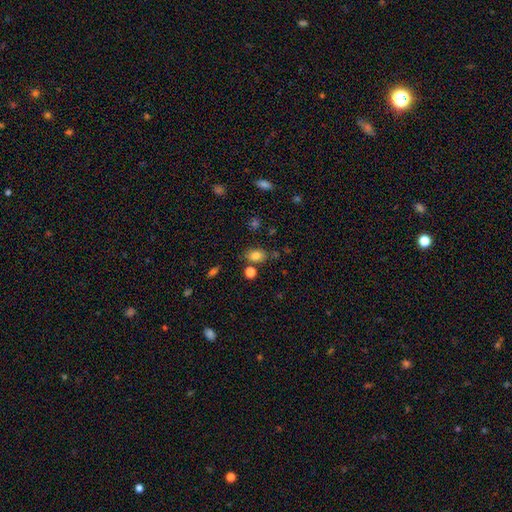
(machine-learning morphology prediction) Smooth or featured? smooth (81%)
How rounded? in between (73%)
Merging? none (72%)